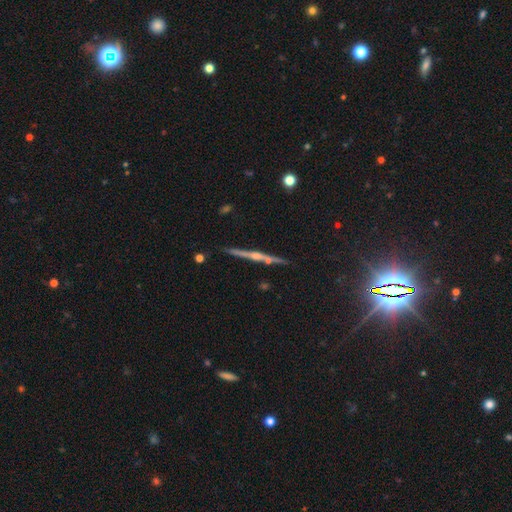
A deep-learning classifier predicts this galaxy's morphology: type=featured or disk (76%); edge-on=yes (97%); edge-on bulge=rounded (77%); merging=none (85%).